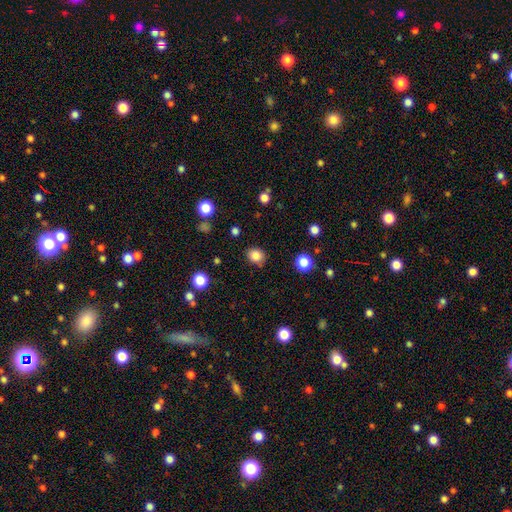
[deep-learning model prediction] Smooth or featured: smooth — 84% (star or artifact — 11%)
How rounded: round — 68% (in between — 32%)
Merging: none — 85% (minor disturbance — 10%)